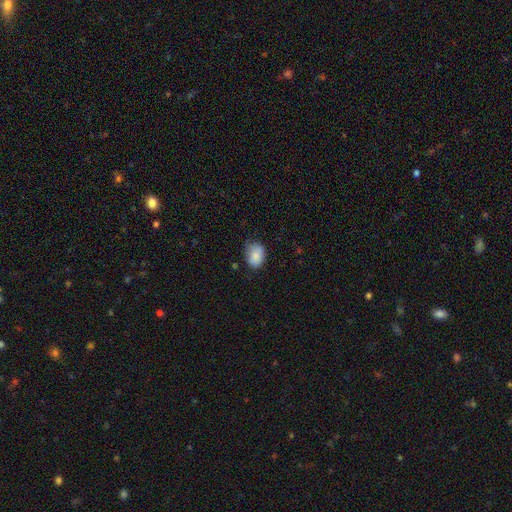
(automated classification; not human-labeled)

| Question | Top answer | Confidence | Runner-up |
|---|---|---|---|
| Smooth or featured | smooth | 85% | featured or disk (8%) |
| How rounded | in between | 67% | round (32%) |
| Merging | none | 59% | minor disturbance (33%) |